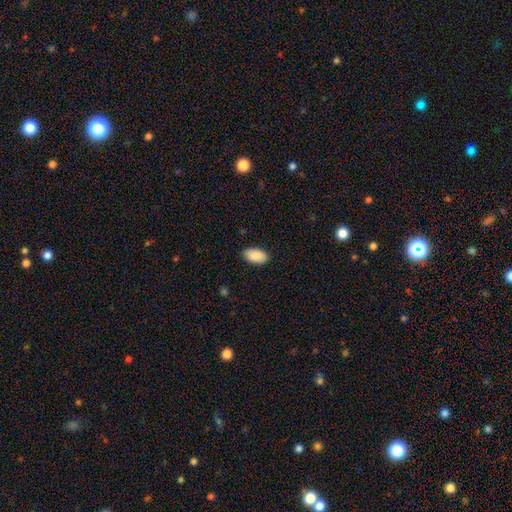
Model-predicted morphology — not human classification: This appears to be a smooth galaxy with no disk features (90%) that is in between round and cigar-shaped (95%). Merging: none (87%).